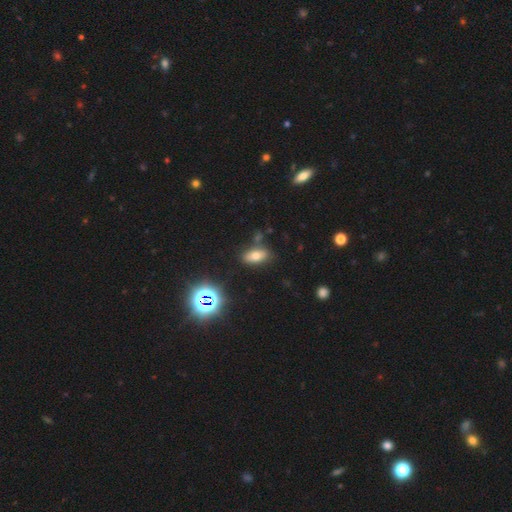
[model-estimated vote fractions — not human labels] A smooth galaxy with no disk features (67%) that is in between round and cigar-shaped (85%).

Vote fractions:
- Smooth or featured? smooth: 67% / star or artifact: 18% / featured or disk: 15%
- How rounded? in between: 85% / cigar-shaped: 8% / round: 7%
- Merging? none: 78% / minor disturbance: 12% / merger: 7% / major disturbance: 3%